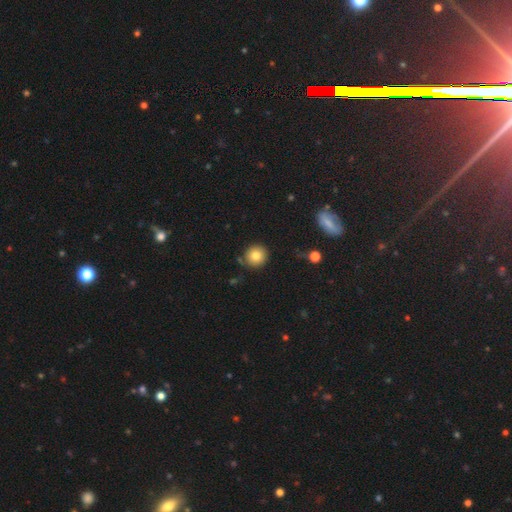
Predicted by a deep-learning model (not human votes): The model was most divided on "smooth or featured": smooth: 82%, star or artifact: 10%, featured or disk: 8%. More confident: how rounded — round (92%); merging — none (84%).